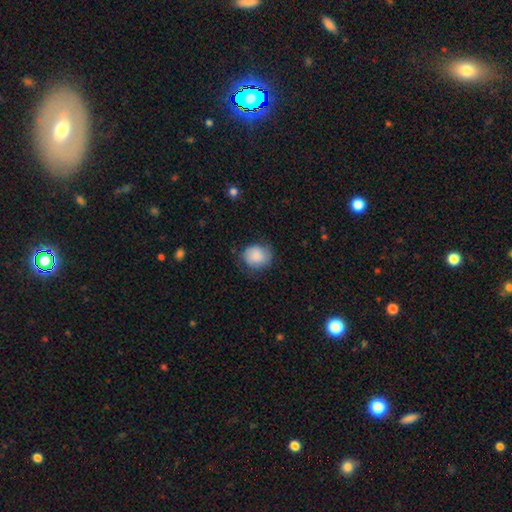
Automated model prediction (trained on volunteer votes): Smooth or featured: smooth — 80% (featured or disk — 13%)
How rounded: round — 73% (in between — 26%)
Merging: none — 69% (minor disturbance — 23%)